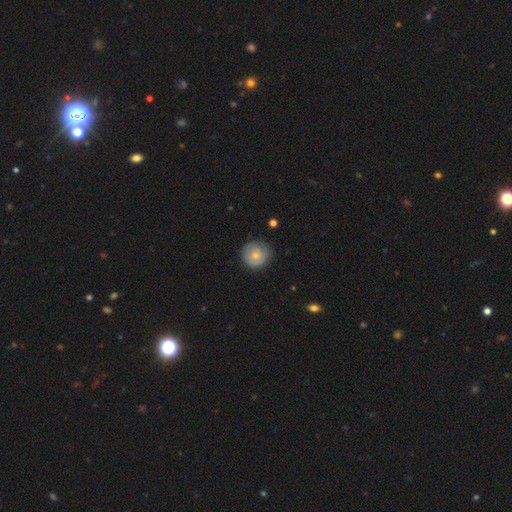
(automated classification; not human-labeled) A smooth galaxy with no disk features (74%) that is round (94%).

Vote fractions:
- Smooth or featured? smooth: 74% / featured or disk: 19% / star or artifact: 7%
- How rounded? round: 94% / in between: 5% / cigar-shaped: 1%
- Merging? none: 80% / minor disturbance: 16% / major disturbance: 3% / merger: 1%